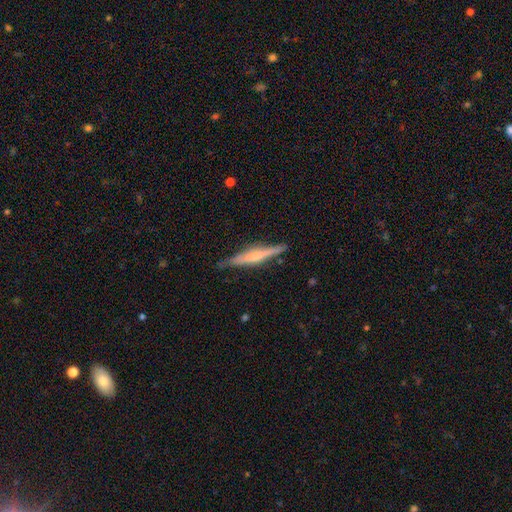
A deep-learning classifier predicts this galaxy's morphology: A featured or disk galaxy (62%) viewed edge-on (97%) with a rounded central bulge (54%). Merging: none (84%).